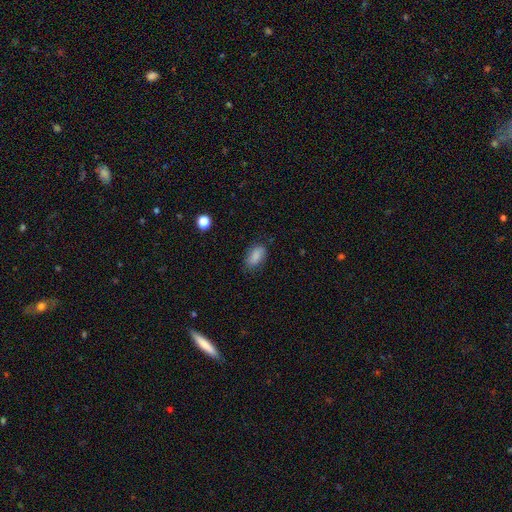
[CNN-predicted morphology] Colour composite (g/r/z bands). It shows a smooth galaxy with no disk features (83%) that is in between round and cigar-shaped (90%). Merging: none (75%).